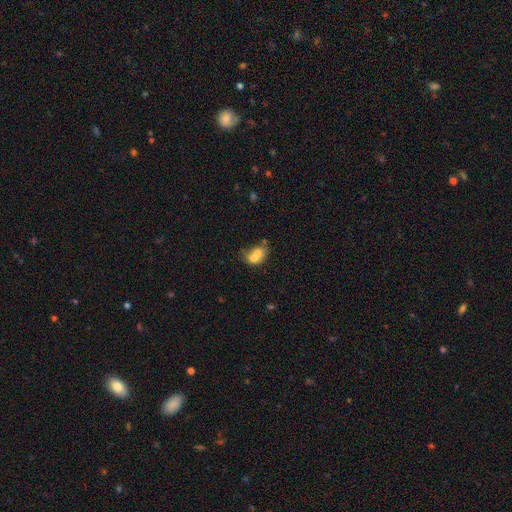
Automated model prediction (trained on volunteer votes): Morphology: type=smooth (64%); roundness=round (53%); merging=merger (65%).